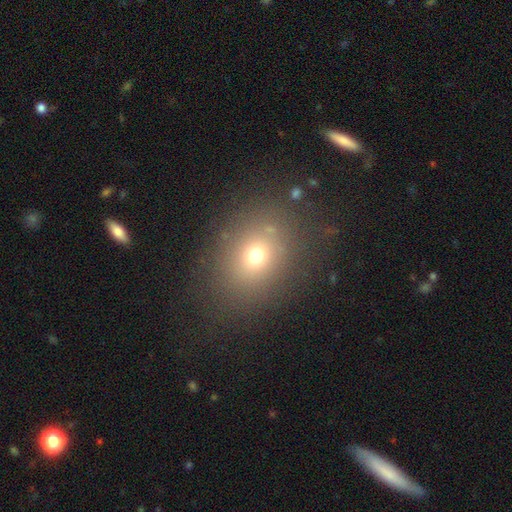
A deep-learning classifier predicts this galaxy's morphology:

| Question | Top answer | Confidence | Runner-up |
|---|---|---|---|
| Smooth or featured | smooth | 68% | star or artifact (19%) |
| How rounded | round | 54% | in between (45%) |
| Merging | none | 80% | minor disturbance (11%) |